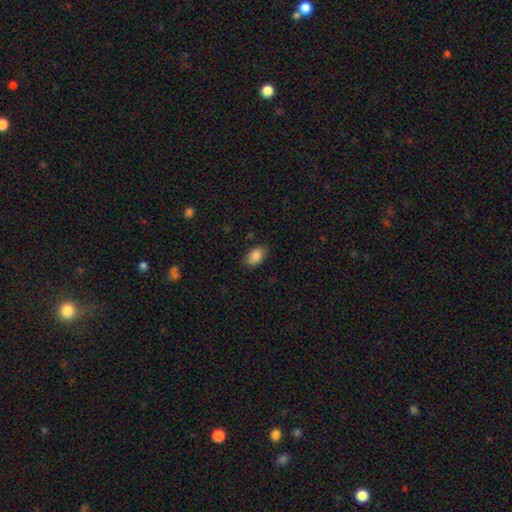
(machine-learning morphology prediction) smooth 87%, star or artifact 8%, featured or disk 5%. Down the decision tree: how rounded — in between (89%); merging — none (84%).